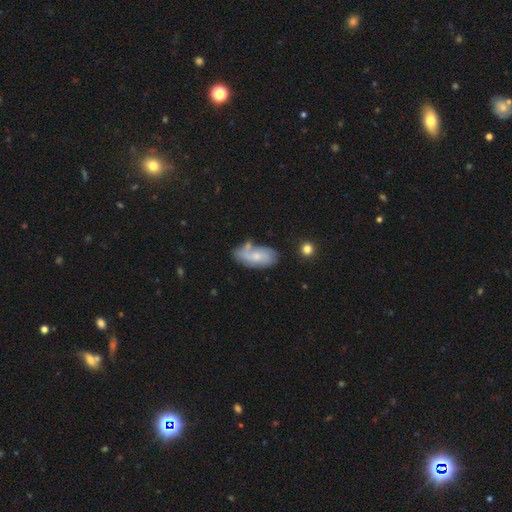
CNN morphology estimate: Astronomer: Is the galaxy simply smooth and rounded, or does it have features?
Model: featured or disk — 48% (runner-up: smooth, 44%).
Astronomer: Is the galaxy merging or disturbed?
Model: none — 49% (runner-up: minor disturbance, 27%).